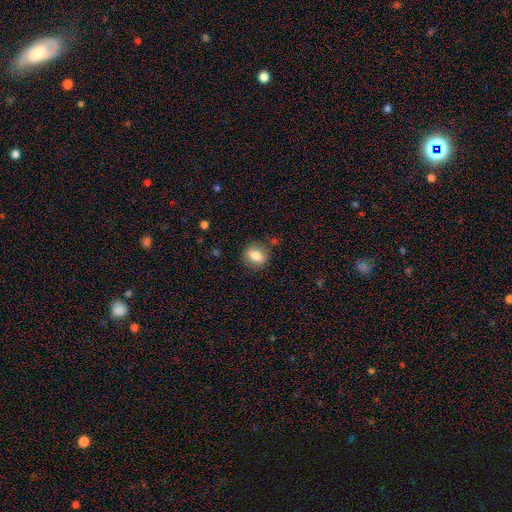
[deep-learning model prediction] smooth_or_featured: smooth (p=0.82) [alt: featured or disk p=0.10]
how_rounded: round (p=0.56) [alt: in between p=0.43]
merging: none (p=0.82) [alt: minor disturbance p=0.12]